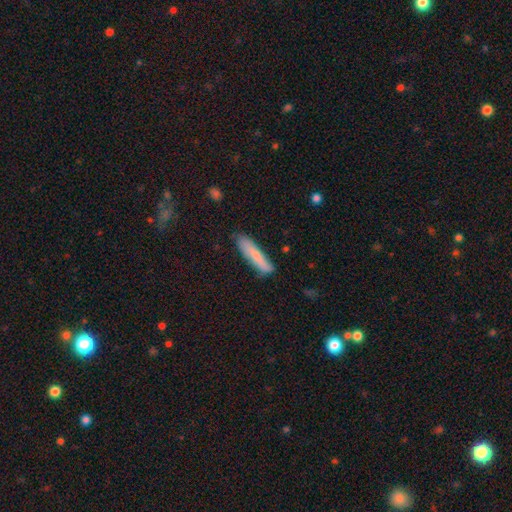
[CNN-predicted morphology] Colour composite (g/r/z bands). It shows a smooth galaxy with no disk features (75%) that is cigar-shaped (86%). Merging: none (80%).